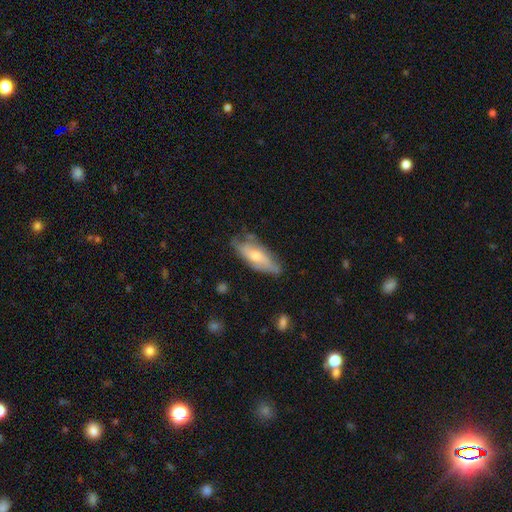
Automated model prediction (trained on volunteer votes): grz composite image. It shows a featured or disk galaxy (48%). Merging: none (63%).